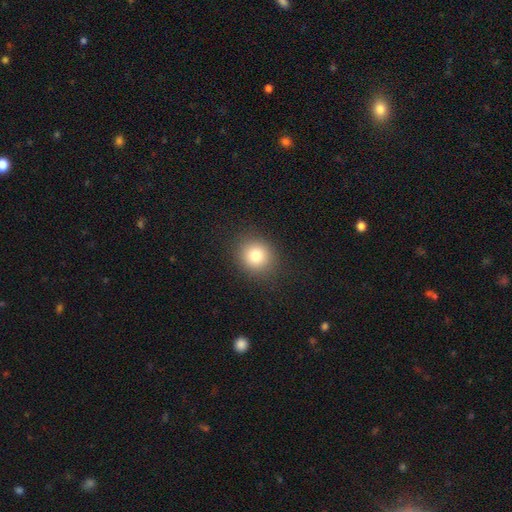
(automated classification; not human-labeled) Smooth or featured? Predicted: smooth (p=0.79). How rounded? Predicted: round (p=0.86). Merging? Predicted: none (p=0.90).